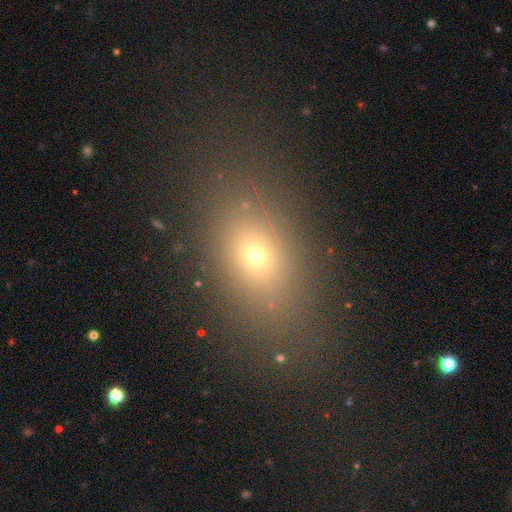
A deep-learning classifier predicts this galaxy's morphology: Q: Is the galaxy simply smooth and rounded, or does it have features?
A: smooth — 66%.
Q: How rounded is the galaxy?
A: in between — 76%.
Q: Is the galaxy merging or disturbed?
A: none — 79%.